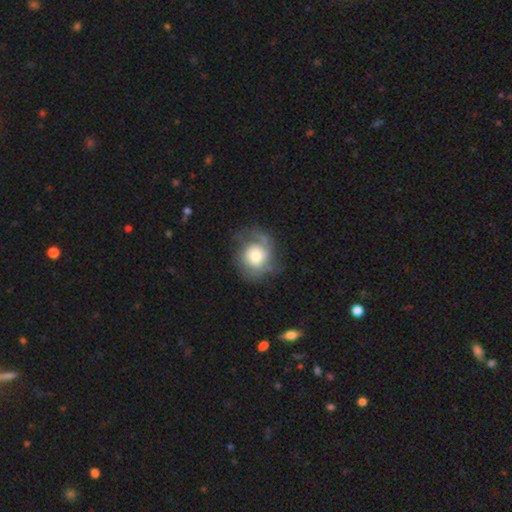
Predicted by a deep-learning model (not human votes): Smooth or featured: featured or disk — 58% (smooth — 35%)
Edge-on disk: no — 97% (yes — 3%)
Bar: no — 79% (weak — 18%)
Spiral arms: yes — 83% (no — 17%)
Bulge size: moderate — 43% (large — 37%)
Merging: none — 59% (minor disturbance — 21%)